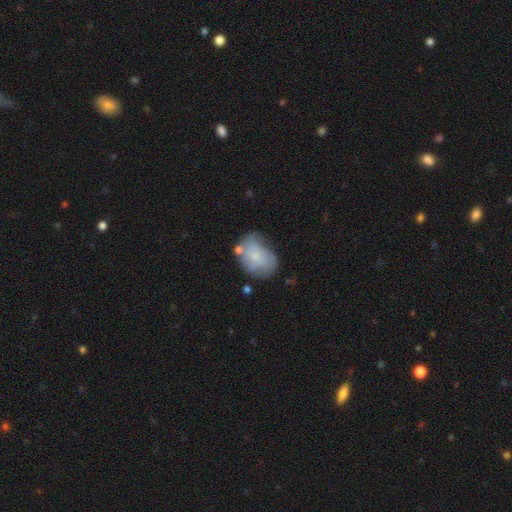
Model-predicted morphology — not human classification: This is likely a smooth galaxy (61%). How rounded: likely in between (72%). Merging: marginally none (42%).